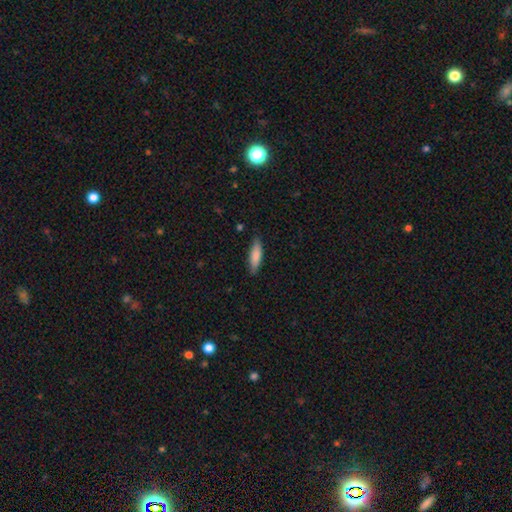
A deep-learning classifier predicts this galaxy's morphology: type=smooth (81%); roundness=cigar-shaped (58%); merging=none (84%).